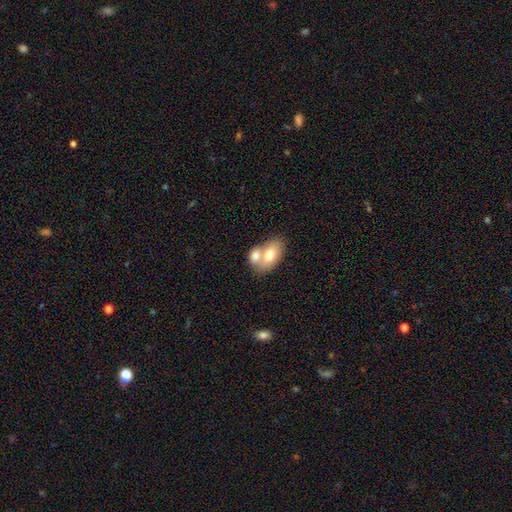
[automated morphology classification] Q: Smooth or featured?
A: smooth (71%); runner-up: featured or disk (23%)
Q: How rounded?
A: in between (85%); runner-up: round (13%)
Q: Merging?
A: merger (68%); runner-up: none (22%)